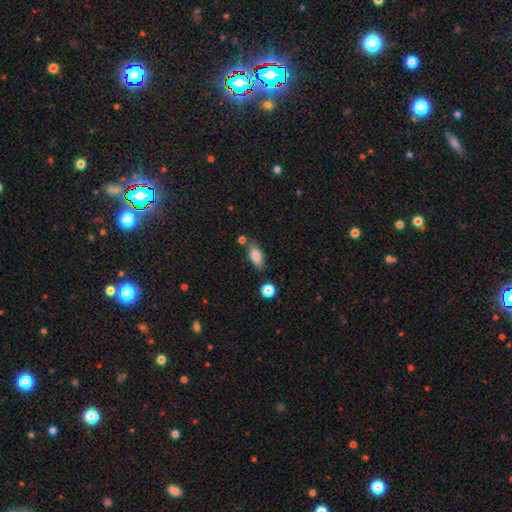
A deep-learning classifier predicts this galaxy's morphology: smooth 79%, featured or disk 13%, star or artifact 8%. Down the decision tree: how rounded — in between (81%); merging — none (68%).